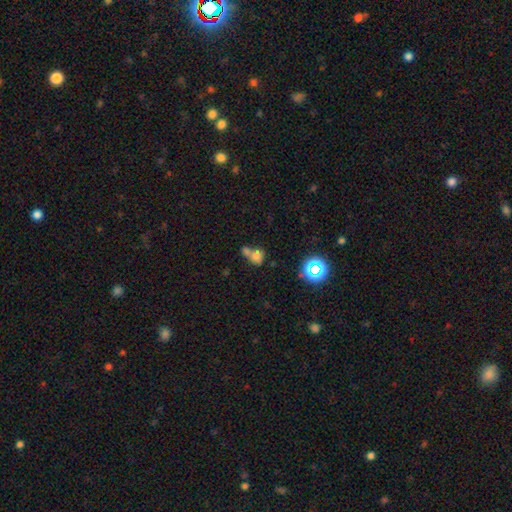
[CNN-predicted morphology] smooth_or_featured: smooth (p=0.68) [alt: star or artifact p=0.19]
how_rounded: round (p=0.53) [alt: in between p=0.46]
merging: merger (p=0.61) [alt: none p=0.26]